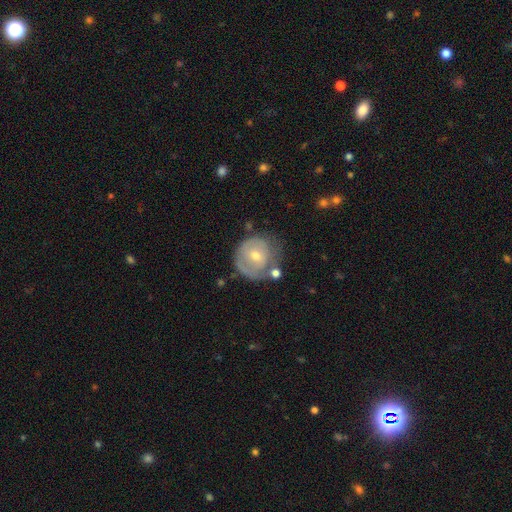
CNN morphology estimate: Smooth or featured: featured or disk — 52% (smooth — 41%)
Edge-on disk: no — 96% (yes — 4%)
Merging: none — 57% (minor disturbance — 25%)